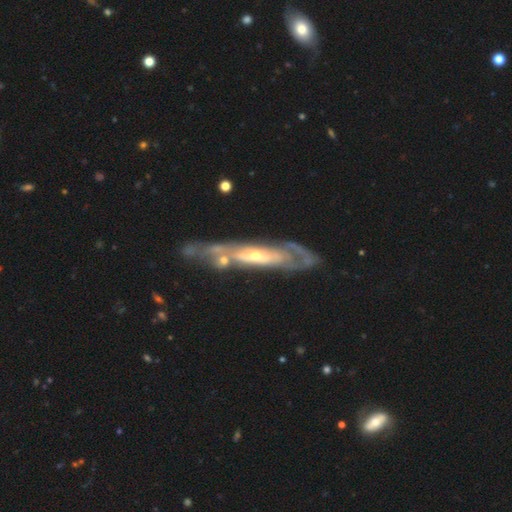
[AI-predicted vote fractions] Morphology: type=featured or disk (81%); edge-on=no (65%); bar=no (66%); spiral arms=yes (69%); bulge=moderate (48%); merging=none (54%).